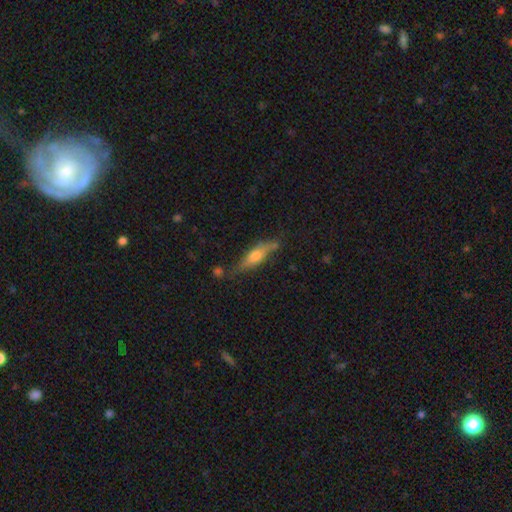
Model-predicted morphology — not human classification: A smooth galaxy with no disk features (48%). Merging: none (67%).